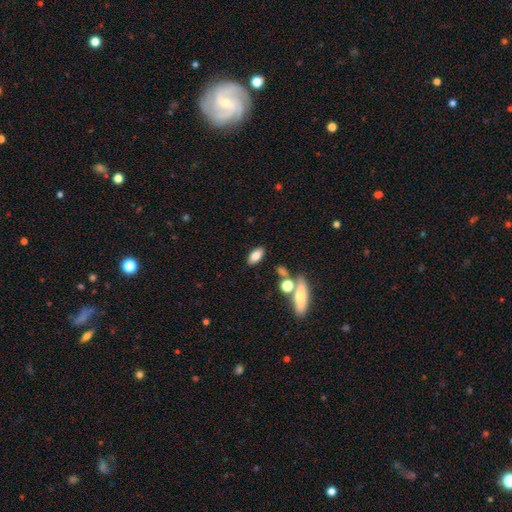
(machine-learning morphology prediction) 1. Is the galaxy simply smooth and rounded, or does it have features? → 79% smooth, 12% featured or disk, 9% star or artifact.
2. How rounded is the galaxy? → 87% in between, 8% cigar-shaped, 5% round.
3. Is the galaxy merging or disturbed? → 82% none, 9% minor disturbance, 6% merger, 3% major disturbance.